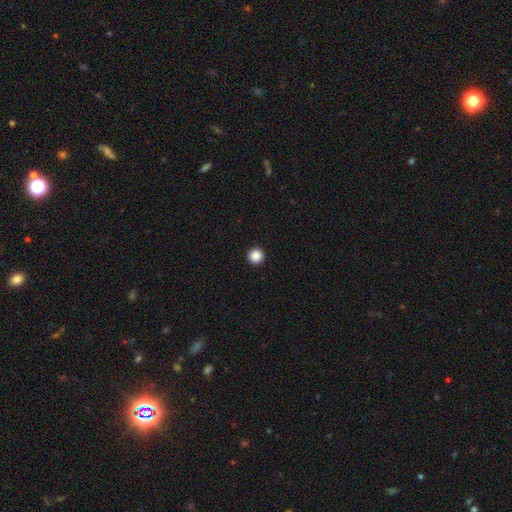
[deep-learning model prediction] Smooth or featured: smooth — 87% (star or artifact — 10%)
How rounded: round — 96% (in between — 3%)
Merging: none — 94% (minor disturbance — 3%)